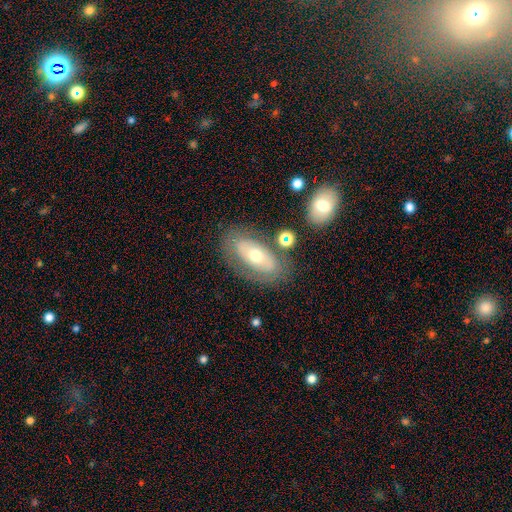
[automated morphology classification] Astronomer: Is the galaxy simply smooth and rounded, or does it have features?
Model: featured or disk — 47% (runner-up: smooth, 44%).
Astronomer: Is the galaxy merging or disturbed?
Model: none — 72%.